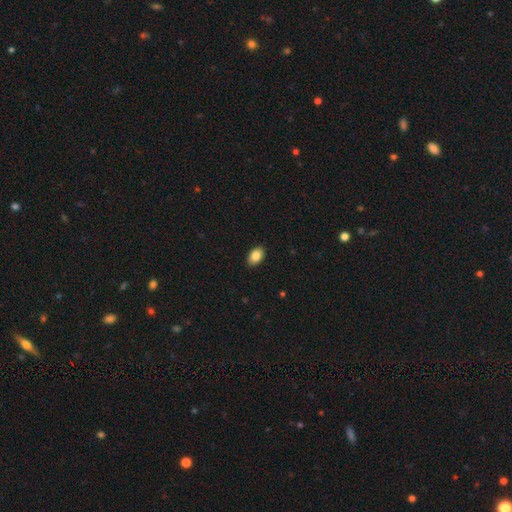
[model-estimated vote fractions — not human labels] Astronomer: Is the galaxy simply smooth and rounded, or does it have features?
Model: smooth — 86%.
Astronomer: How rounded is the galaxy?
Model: in between — 89%.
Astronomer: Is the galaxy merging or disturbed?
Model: none — 90%.